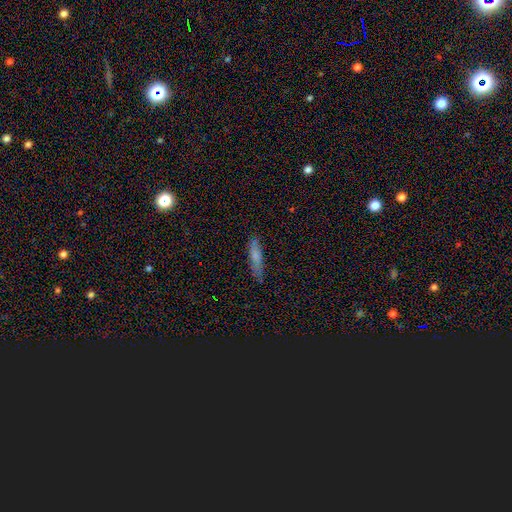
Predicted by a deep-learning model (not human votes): A smooth galaxy with no disk features (72%) that is cigar-shaped (78%). Merging: none (77%).